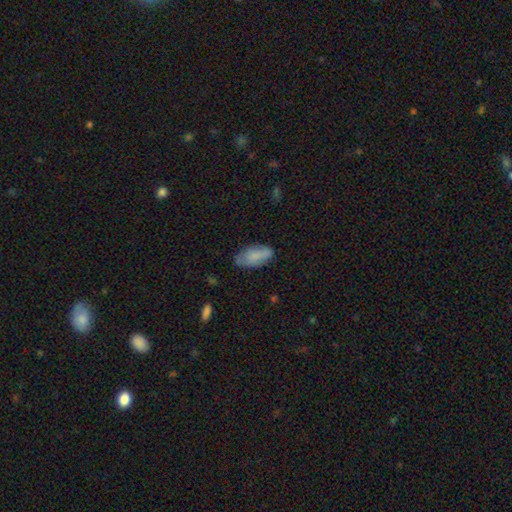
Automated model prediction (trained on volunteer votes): smooth-or-featured: smooth: 77% | featured or disk: 15% | star or artifact: 7%
  how-rounded: in between: 91% | cigar-shaped: 7% | round: 2%
  merging: none: 63% | minor disturbance: 28% | major disturbance: 7% | merger: 2%